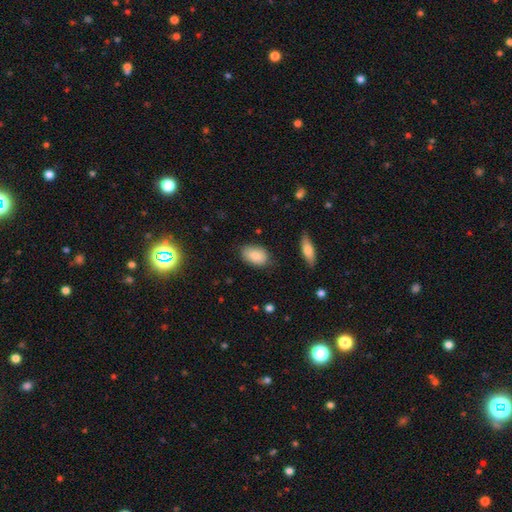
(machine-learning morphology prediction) Smooth or featured: smooth — 86% (featured or disk — 8%)
How rounded: in between — 90% (round — 9%)
Merging: none — 77% (minor disturbance — 17%)